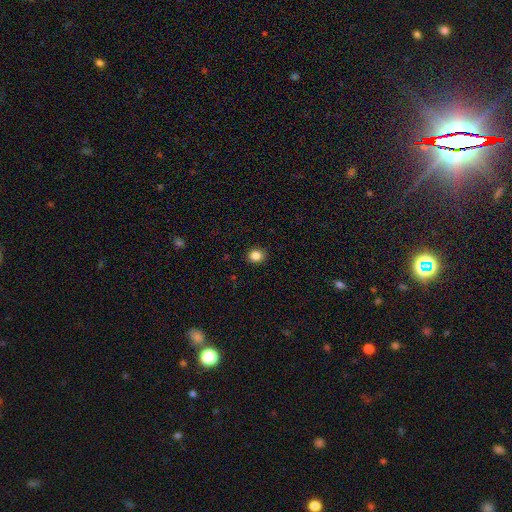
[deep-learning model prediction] Overall: smooth (85%). How rounded: round (68%; in between 31%). Merging: none (91%).